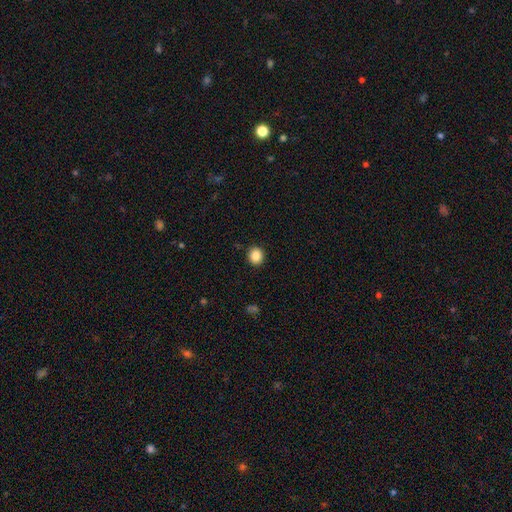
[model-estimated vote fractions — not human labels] Smooth or featured: smooth — 86% (star or artifact — 10%)
How rounded: round — 84% (in between — 15%)
Merging: none — 91% (minor disturbance — 6%)